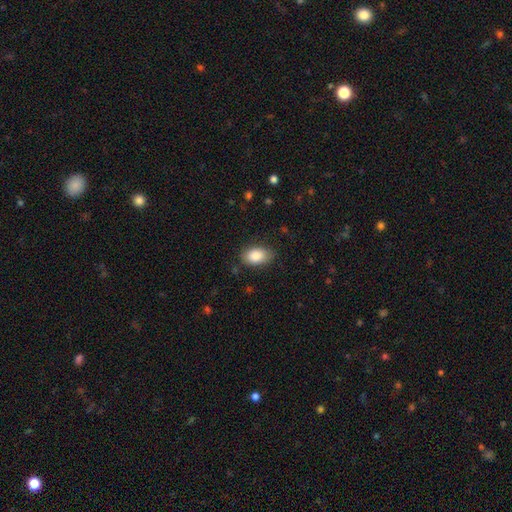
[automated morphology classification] type=smooth (86%); roundness=in between (90%); merging=none (80%).